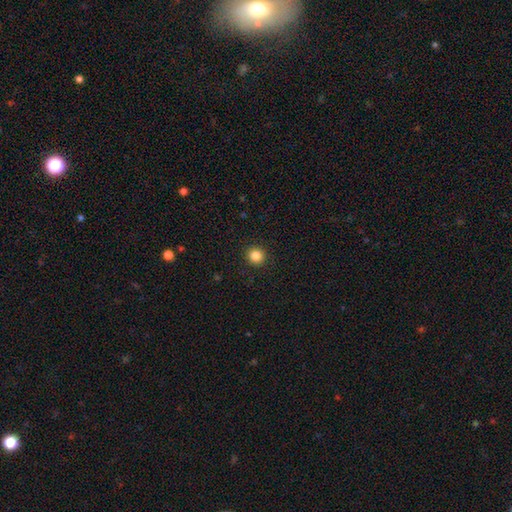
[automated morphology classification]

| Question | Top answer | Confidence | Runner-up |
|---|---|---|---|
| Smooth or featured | smooth | 84% | star or artifact (11%) |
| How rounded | round | 93% | in between (6%) |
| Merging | none | 93% | minor disturbance (5%) |